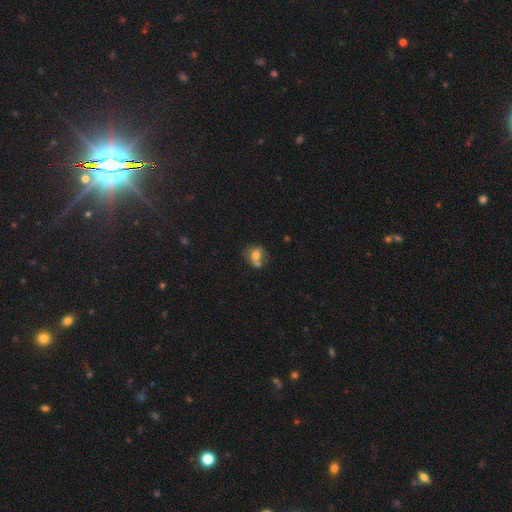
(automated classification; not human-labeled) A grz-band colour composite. It shows a smooth galaxy with no disk features (66%) that is round (59%). Merging: none (40%).